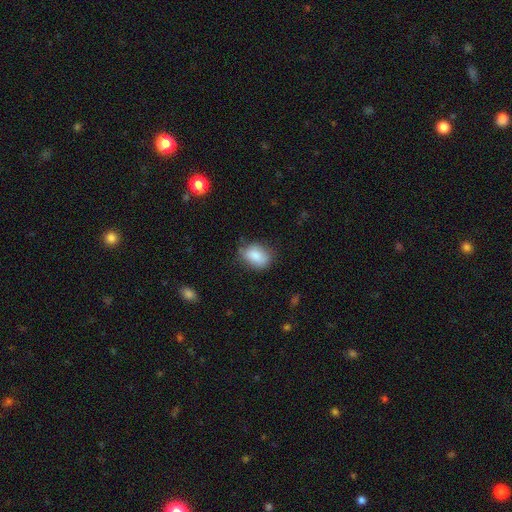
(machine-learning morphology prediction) type=smooth (84%); roundness=in between (76%); merging=none (64%).